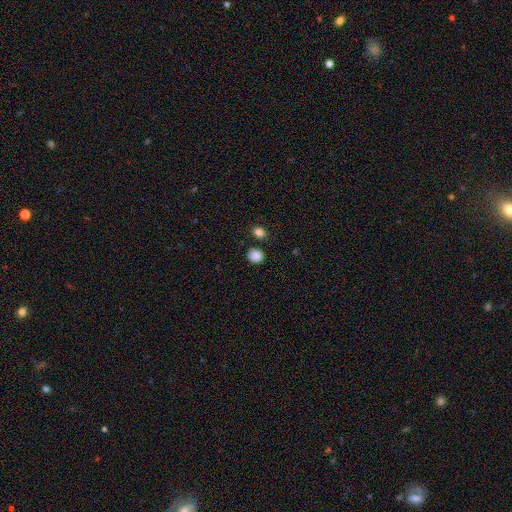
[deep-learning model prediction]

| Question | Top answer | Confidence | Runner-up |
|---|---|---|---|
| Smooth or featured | smooth | 87% | star or artifact (10%) |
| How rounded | round | 77% | in between (22%) |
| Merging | none | 83% | minor disturbance (9%) |